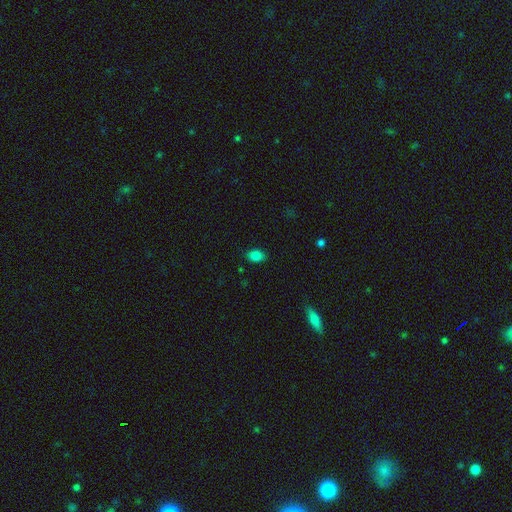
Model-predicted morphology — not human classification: smooth_or_featured: smooth (p=0.84) [alt: star or artifact p=0.11]
how_rounded: in between (p=0.78) [alt: round p=0.21]
merging: none (p=0.84) [alt: minor disturbance p=0.12]